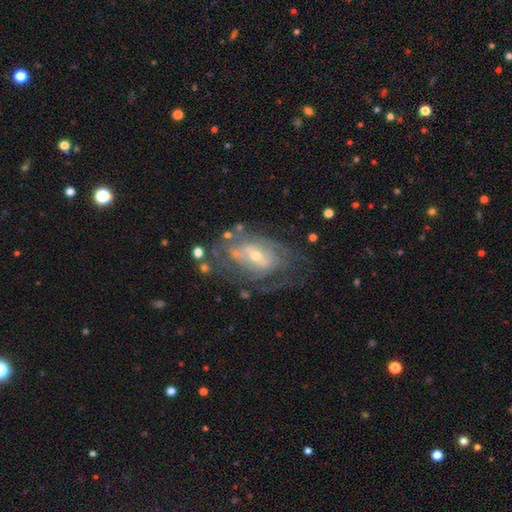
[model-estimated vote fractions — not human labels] This appears to be a featured or disk galaxy (81%) with a weak bar (43%), tight (56%) spiral arms (76%) and a small central bulge (52%). Merging: none (55%).